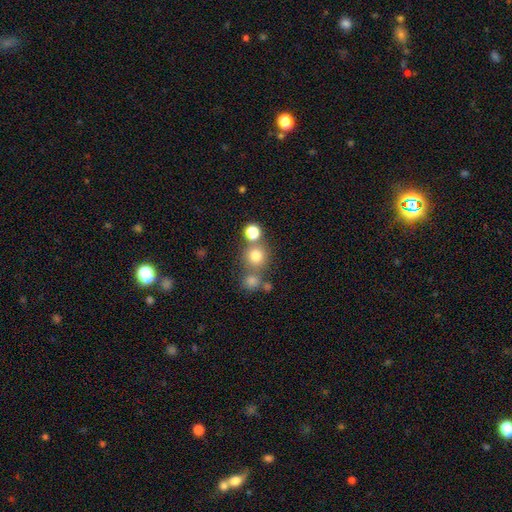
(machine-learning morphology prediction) The model was most divided on "merging": none: 66%, merger: 22%, minor disturbance: 8%, major disturbance: 4%. More confident: how rounded — round (90%); smooth or featured — smooth (75%).